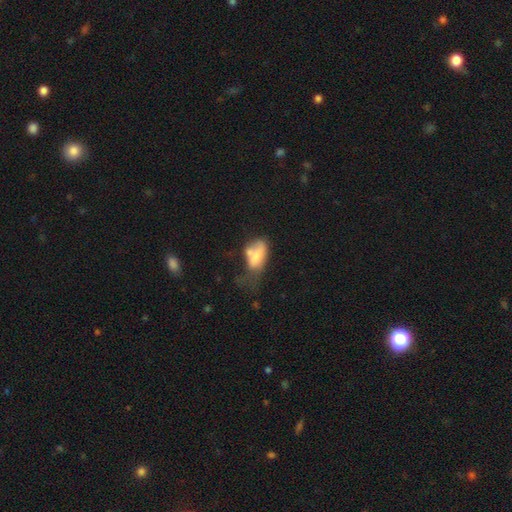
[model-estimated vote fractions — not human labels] Morphology: type=smooth (67%); roundness=in between (89%); merging=major disturbance (33%).